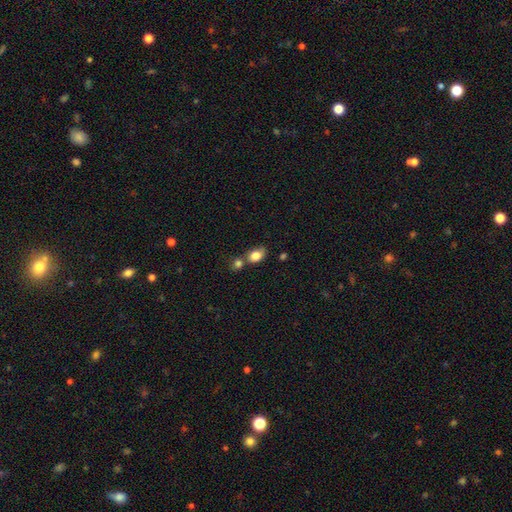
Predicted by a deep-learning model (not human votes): The model was most divided on "merging": none: 47%, merger: 34%, minor disturbance: 14%, major disturbance: 5%. More confident: smooth or featured — smooth (82%); how rounded — in between (75%).